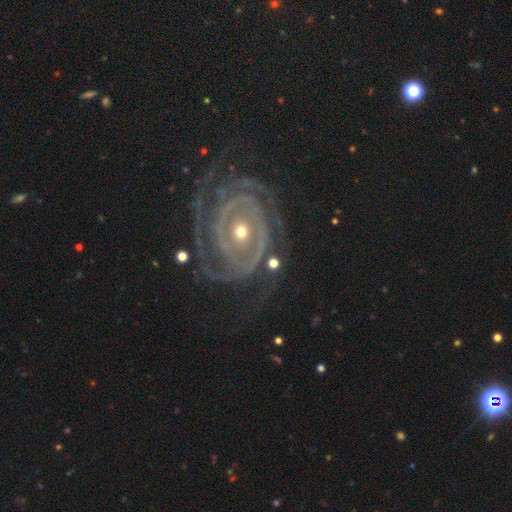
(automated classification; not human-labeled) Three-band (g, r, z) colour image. It shows a featured or disk galaxy (90%) with no bar (57%), 2 (43%) tight (85%) spiral arms (98%) and a small central bulge (54%). Merging: none (74%).